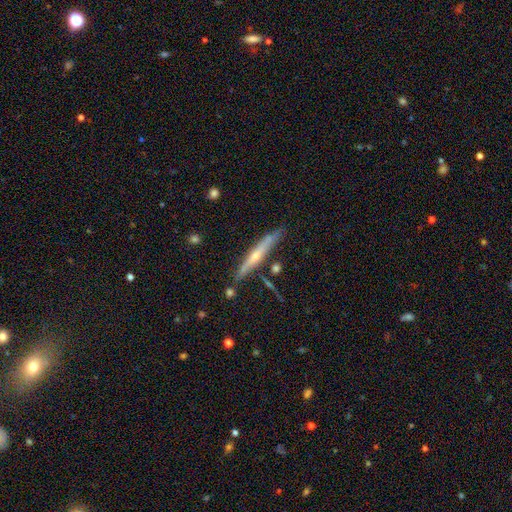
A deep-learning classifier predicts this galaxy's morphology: This is likely a featured or disk galaxy (68%). It is clearly viewed edge-on (96%). Edge-on bulge: likely rounded (76%). Merging: clearly none (81%).